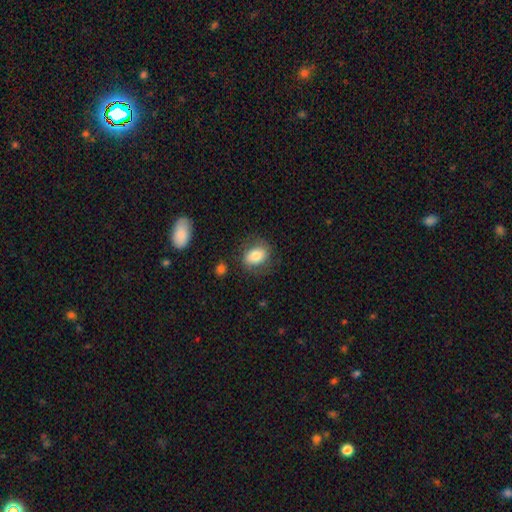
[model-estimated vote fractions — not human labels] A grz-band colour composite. It shows a smooth galaxy with no disk features (75%) that is in between round and cigar-shaped (71%). Merging: none (73%).